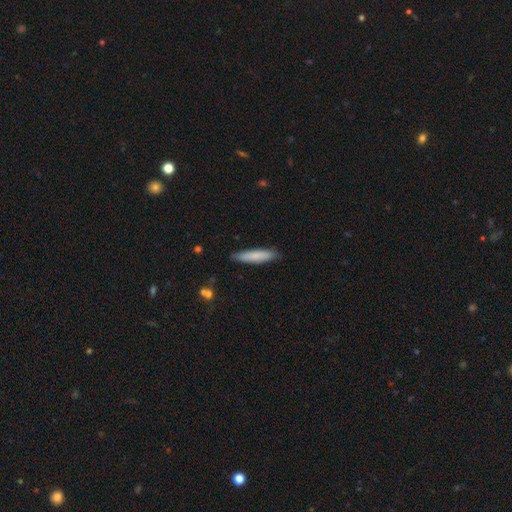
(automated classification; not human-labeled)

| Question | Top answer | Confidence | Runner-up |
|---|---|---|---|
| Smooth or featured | smooth | 79% | featured or disk (15%) |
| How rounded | cigar-shaped | 85% | in between (14%) |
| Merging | none | 86% | minor disturbance (11%) |